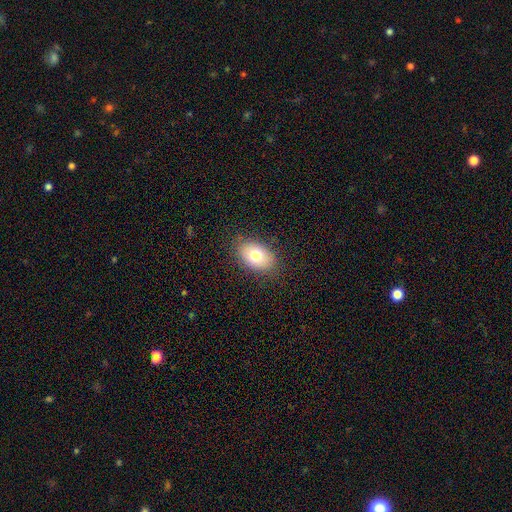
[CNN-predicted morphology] This appears to be a smooth galaxy with no disk features (76%) that is in between round and cigar-shaped (85%). Merging: none (84%).